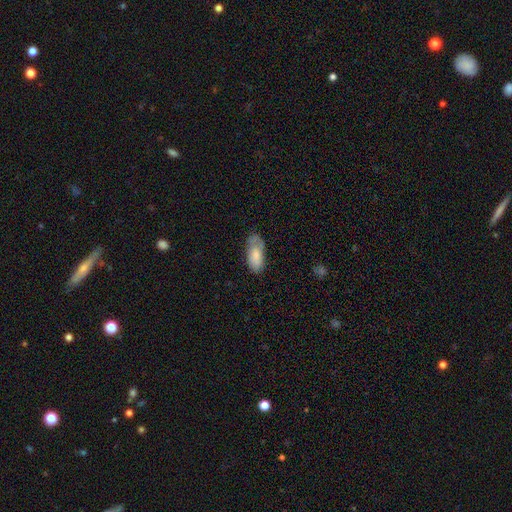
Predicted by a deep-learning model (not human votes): smooth-or-featured: smooth: 73% | featured or disk: 20% | star or artifact: 6%
  how-rounded: in between: 90% | cigar-shaped: 8% | round: 2%
  merging: none: 60% | minor disturbance: 29% | major disturbance: 9% | merger: 2%